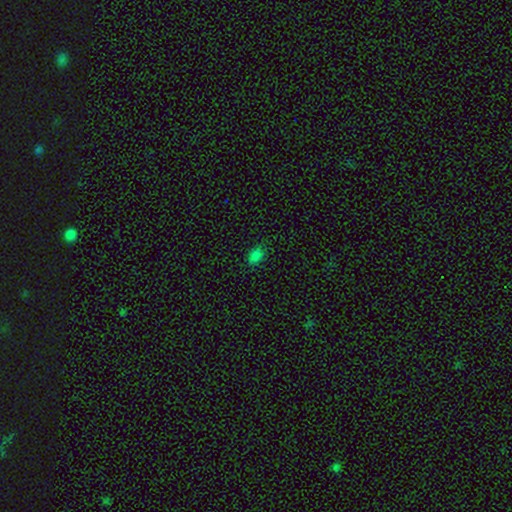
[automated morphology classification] This is clearly a smooth galaxy (81%). How rounded: clearly in between (87%). Merging: clearly none (84%).